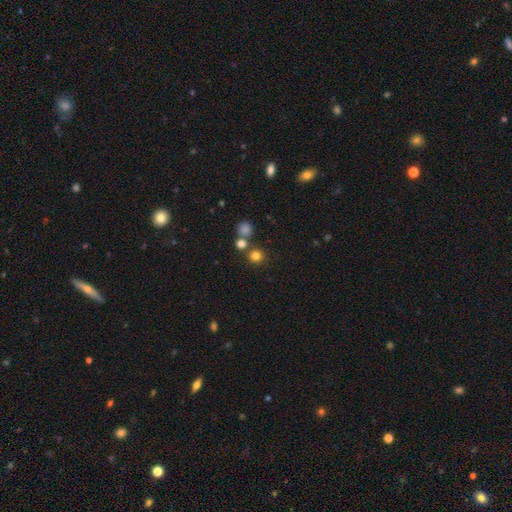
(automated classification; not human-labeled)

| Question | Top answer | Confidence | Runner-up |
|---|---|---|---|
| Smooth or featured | smooth | 78% | star or artifact (16%) |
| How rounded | round | 92% | in between (7%) |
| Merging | none | 73% | merger (18%) |